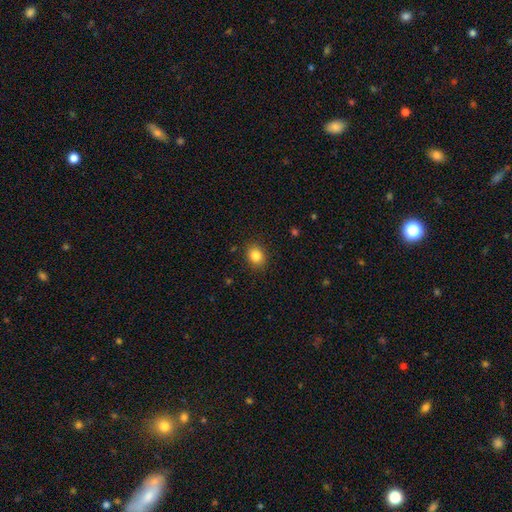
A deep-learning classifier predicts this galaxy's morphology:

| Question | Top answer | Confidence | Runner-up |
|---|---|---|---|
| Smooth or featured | smooth | 84% | star or artifact (10%) |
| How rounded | round | 58% | in between (41%) |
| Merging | none | 88% | minor disturbance (9%) |